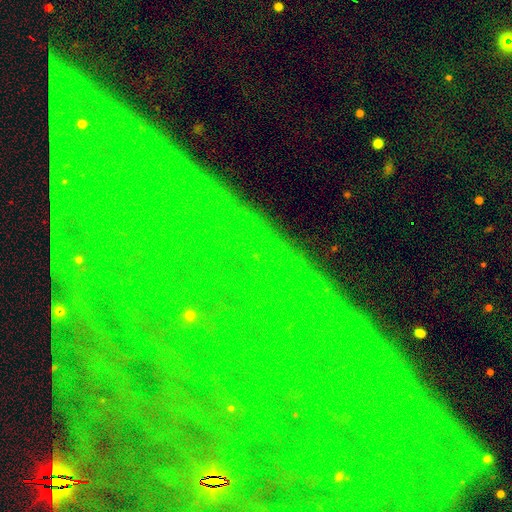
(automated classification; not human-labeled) The model was most divided on "smooth or featured": star or artifact: 84%, featured or disk: 9%, smooth: 7%.